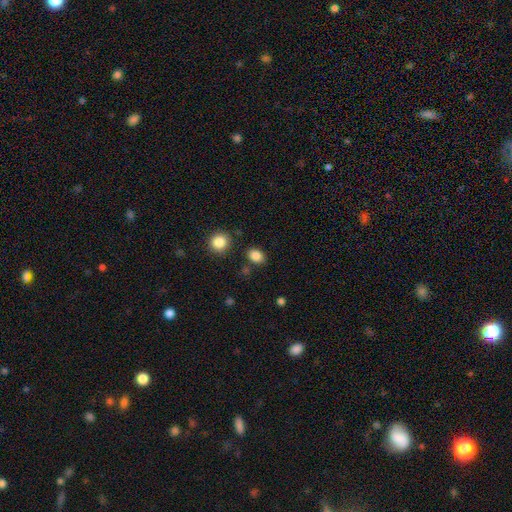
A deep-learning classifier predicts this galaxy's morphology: type=smooth (85%); roundness=in between (57%); merging=none (82%).